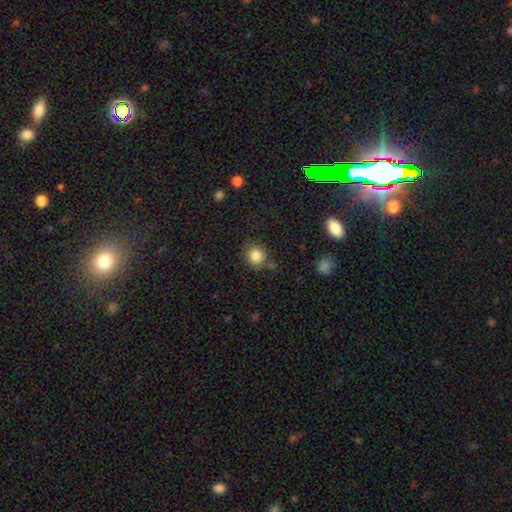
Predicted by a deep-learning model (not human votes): A smooth galaxy with no disk features (85%) that is round (89%). Merging: none (76%).